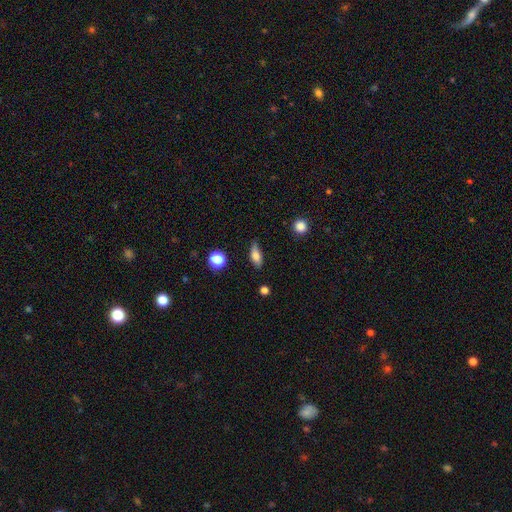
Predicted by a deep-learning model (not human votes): smooth 74%, featured or disk 18%, star or artifact 9%. Down the decision tree: how rounded — in between (69%); merging — none (73%).